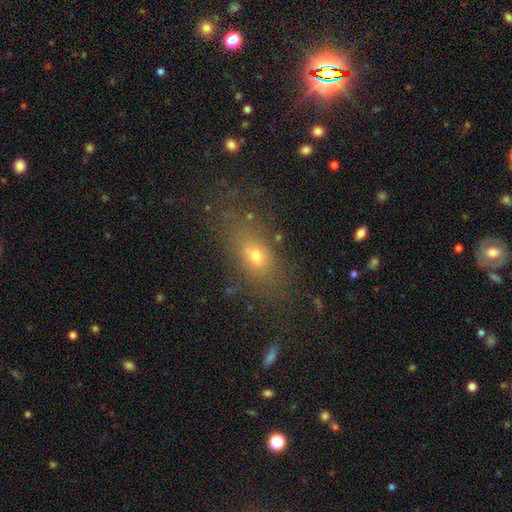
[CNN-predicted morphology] Smooth or featured?
  - smooth: 65% *
  - star or artifact: 18%
  - featured or disk: 17%
How rounded?
  - in between: 70% *
  - round: 17%
  - cigar-shaped: 13%
Merging?
  - none: 71% *
  - minor disturbance: 15%
  - major disturbance: 10%
  - merger: 4%